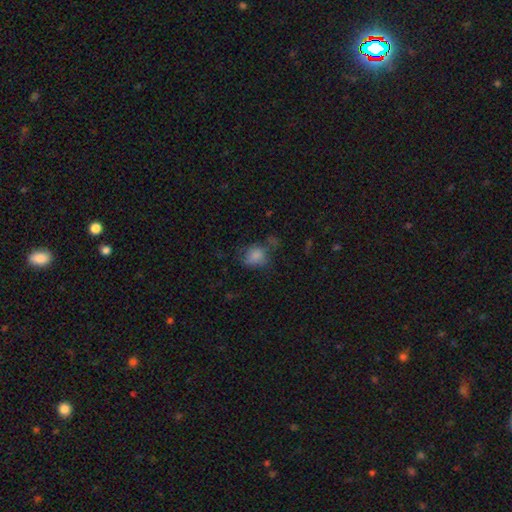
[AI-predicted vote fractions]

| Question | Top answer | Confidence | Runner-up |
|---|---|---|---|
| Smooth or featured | smooth | 76% | featured or disk (14%) |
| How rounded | round | 50% | in between (49%) |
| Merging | none | 41% | minor disturbance (28%) |